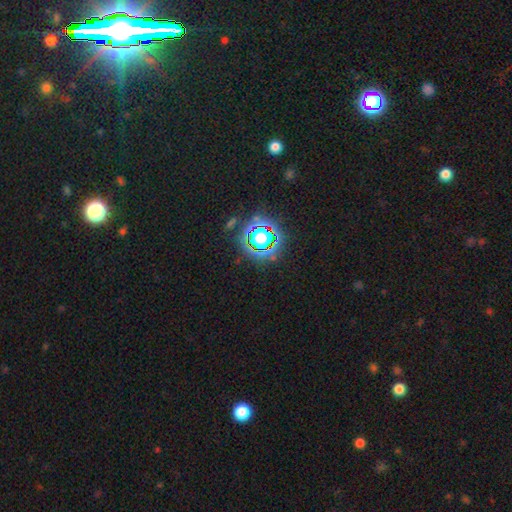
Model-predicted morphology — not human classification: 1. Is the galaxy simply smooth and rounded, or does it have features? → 81% star or artifact, 12% smooth, 7% featured or disk.